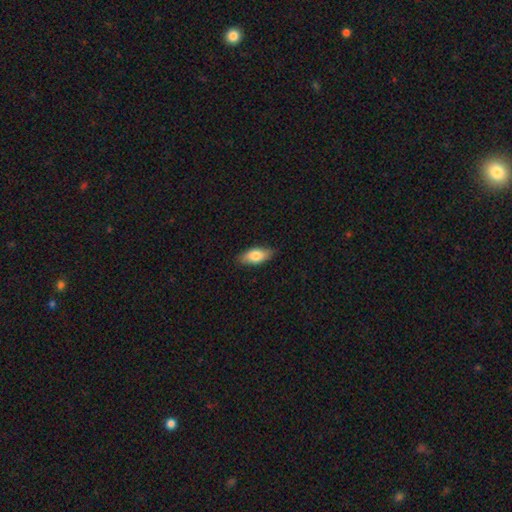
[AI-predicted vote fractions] This is likely a smooth galaxy (79%). How rounded: clearly in between (87%). Merging: clearly none (85%).